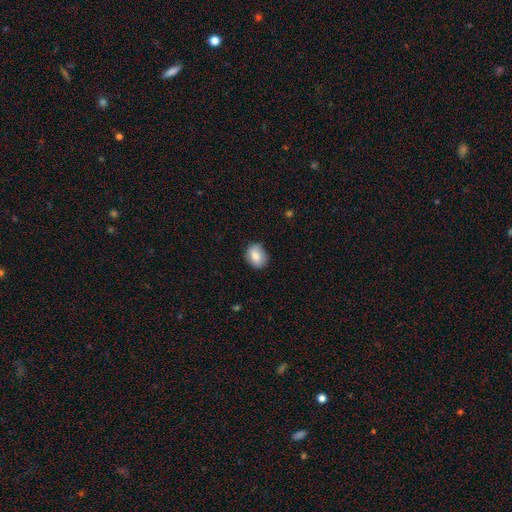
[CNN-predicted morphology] This is clearly a smooth galaxy (83%). How rounded: possibly in between (53%). Merging: likely none (80%).